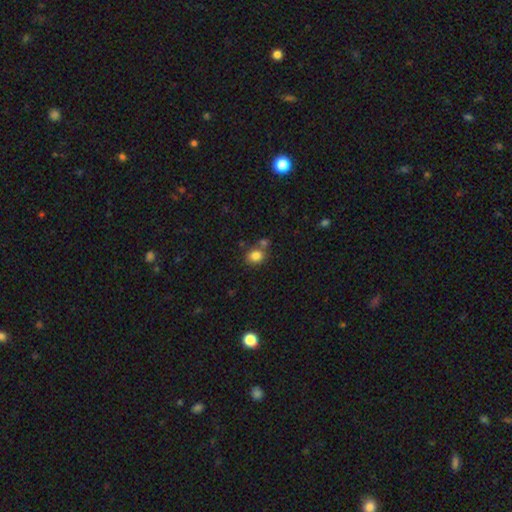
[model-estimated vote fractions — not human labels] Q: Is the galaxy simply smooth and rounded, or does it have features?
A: smooth — 83%.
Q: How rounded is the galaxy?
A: round — 68%.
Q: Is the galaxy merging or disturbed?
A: none — 64%.